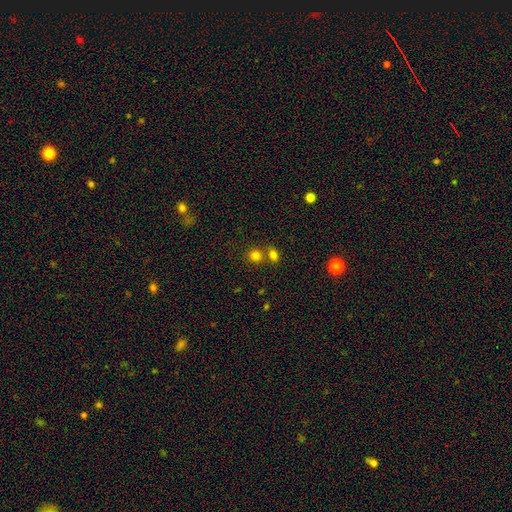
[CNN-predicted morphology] type=smooth (79%); roundness=round (80%); merging=none (58%).